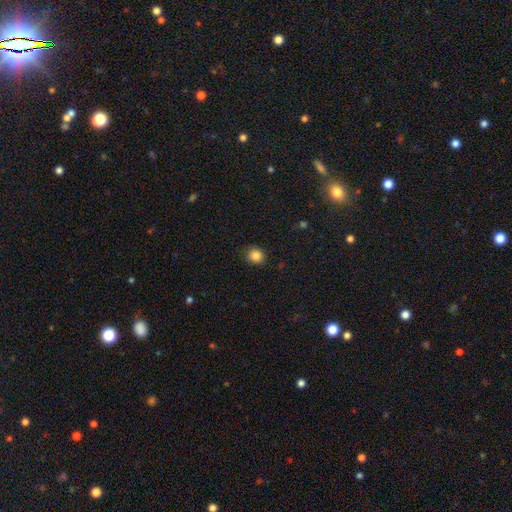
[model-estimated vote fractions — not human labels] smooth 85%, star or artifact 11%, featured or disk 4%. Down the decision tree: how rounded — round (84%); merging — none (87%).